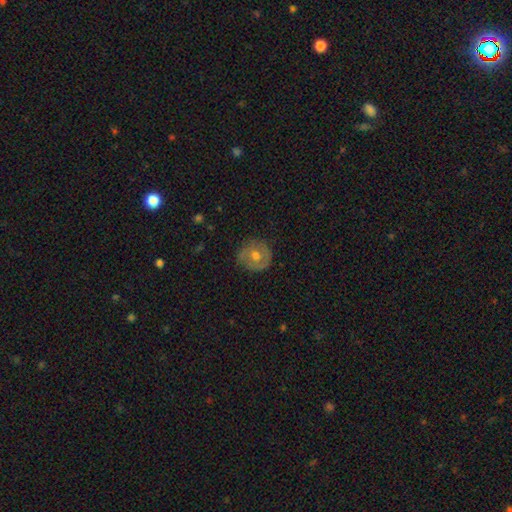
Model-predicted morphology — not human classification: featured or disk 46%, smooth 45%, star or artifact 9%. Down the decision tree: merging — none (83%).